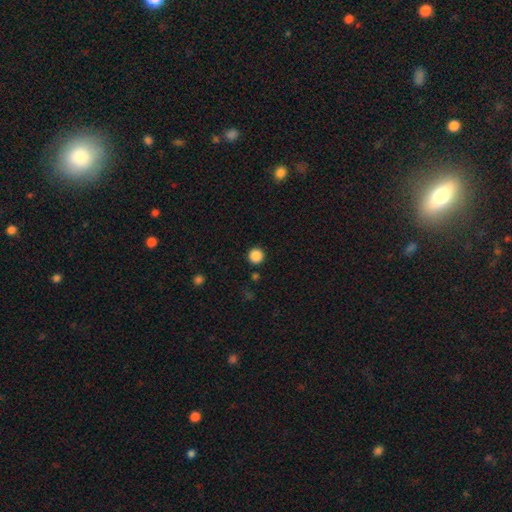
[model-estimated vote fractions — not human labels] A smooth galaxy with no disk features (87%) that is round (96%).

Vote fractions:
- Smooth or featured? smooth: 87% / star or artifact: 11% / featured or disk: 3%
- How rounded? round: 96% / in between: 3% / cigar-shaped: 1%
- Merging? none: 92% / minor disturbance: 5% / merger: 2% / major disturbance: 2%